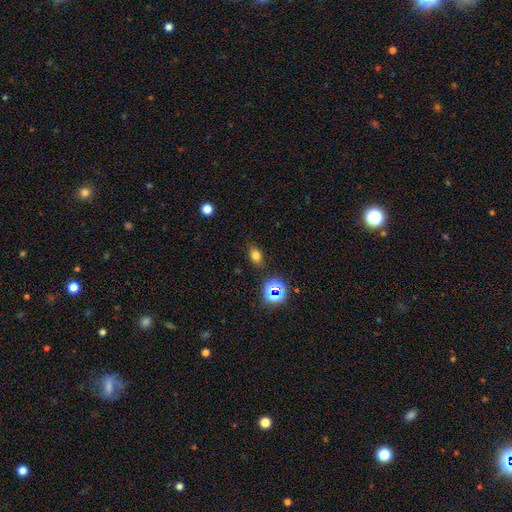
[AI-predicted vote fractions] Overall: smooth (72%). How rounded: in between (78%). Merging: none (84%).